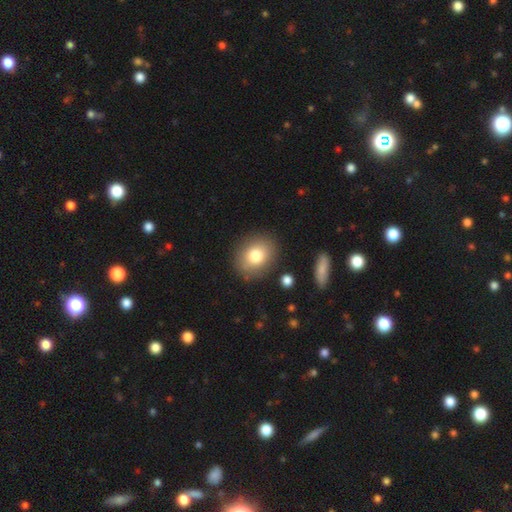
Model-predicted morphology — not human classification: Smooth or featured? smooth (78%)
How rounded? round (57%)
Merging? none (85%)